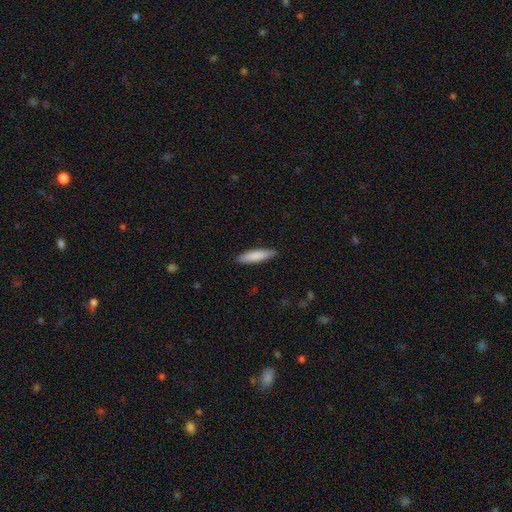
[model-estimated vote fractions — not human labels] smooth 85%, featured or disk 10%, star or artifact 5%. Down the decision tree: how rounded — cigar-shaped (72%); merging — none (87%).